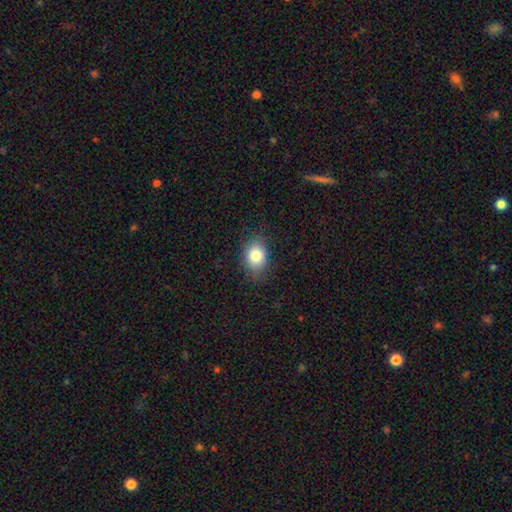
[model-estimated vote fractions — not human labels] Smooth or featured? smooth (83%)
How rounded? in between (69%)
Merging? none (79%)